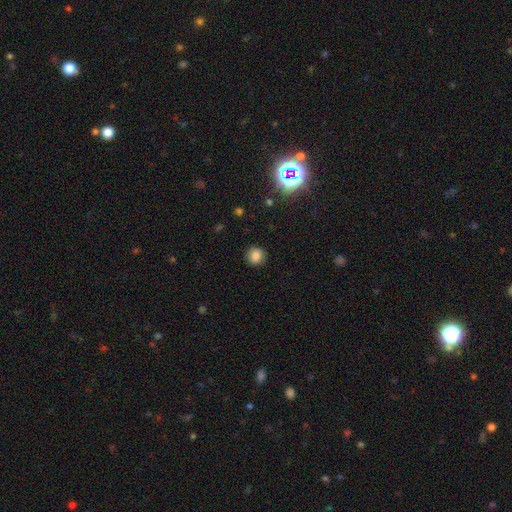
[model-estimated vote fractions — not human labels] A smooth galaxy with no disk features (83%) that is round (88%).

Vote fractions:
- Smooth or featured? smooth: 83% / star or artifact: 12% / featured or disk: 5%
- How rounded? round: 88% / in between: 11% / cigar-shaped: 1%
- Merging? none: 88% / minor disturbance: 8% / major disturbance: 2% / merger: 1%